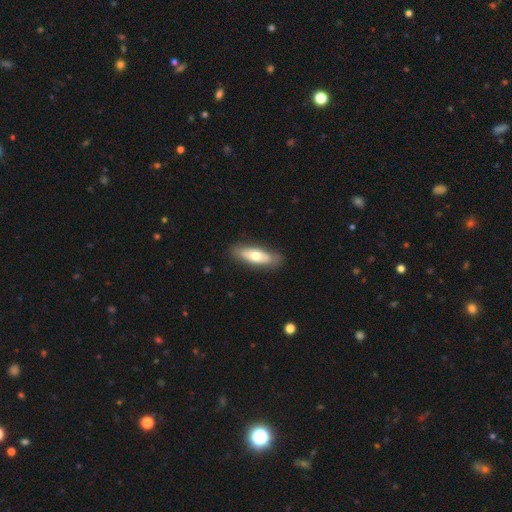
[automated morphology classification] A smooth galaxy with no disk features (61%) that is in between round and cigar-shaped (54%). Merging: none (84%).